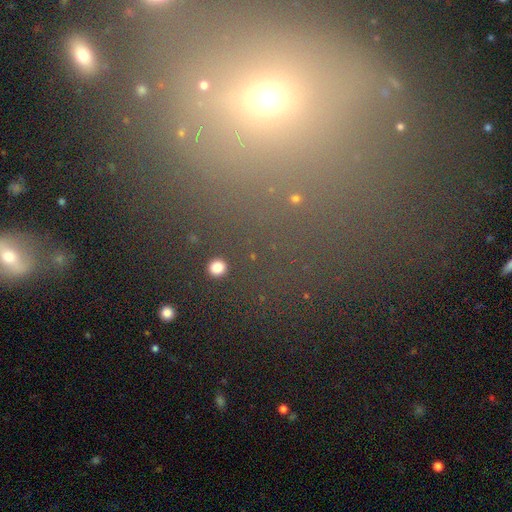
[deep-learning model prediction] Smooth or featured? star or artifact (43%, tied with smooth)